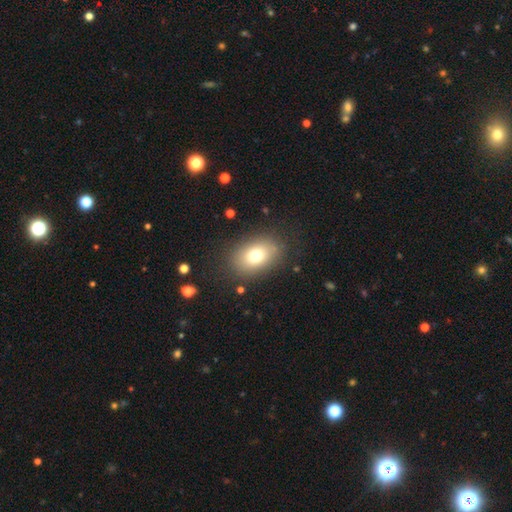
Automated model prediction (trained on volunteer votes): Morphology: type=smooth (74%); roundness=in between (76%); merging=none (83%).